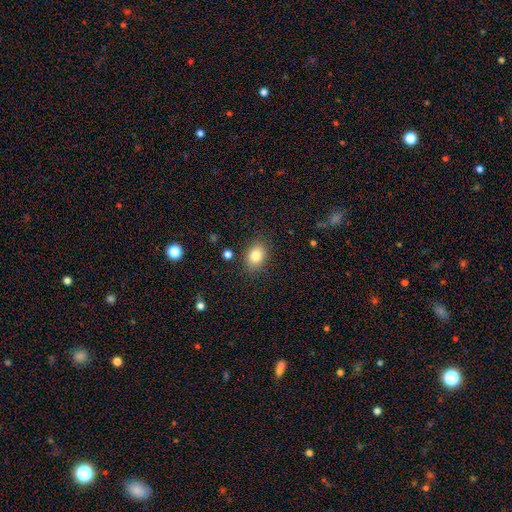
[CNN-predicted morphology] Smooth or featured? Predicted: smooth (p=0.82). How rounded? Predicted: in between (p=0.67). Merging? Predicted: none (p=0.84).